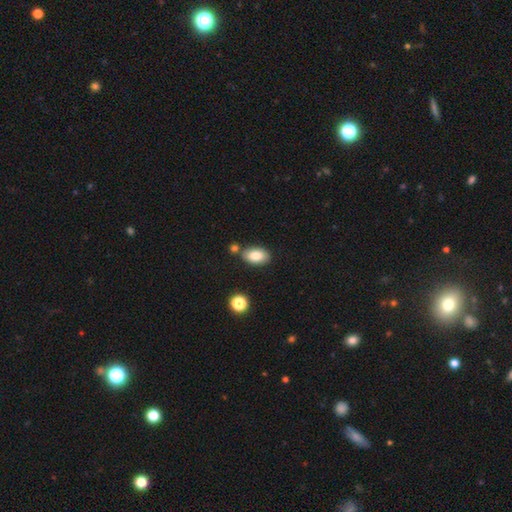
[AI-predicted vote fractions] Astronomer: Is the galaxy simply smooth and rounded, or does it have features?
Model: smooth — 82%.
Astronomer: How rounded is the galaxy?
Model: in between — 91%.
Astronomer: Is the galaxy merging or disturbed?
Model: none — 75%.